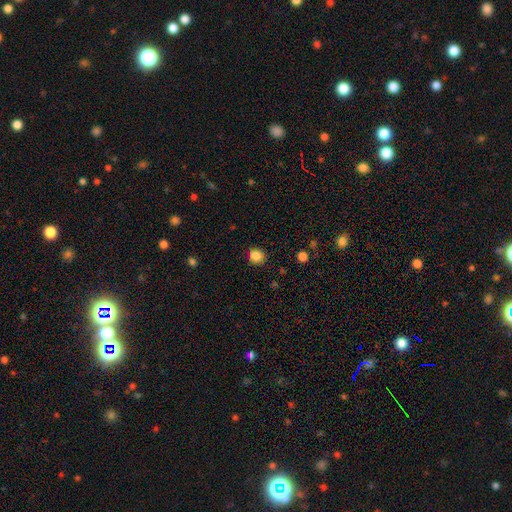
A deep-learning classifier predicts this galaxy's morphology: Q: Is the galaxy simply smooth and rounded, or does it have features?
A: smooth — 85%.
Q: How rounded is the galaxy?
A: round — 87%.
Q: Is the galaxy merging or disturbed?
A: none — 89%.